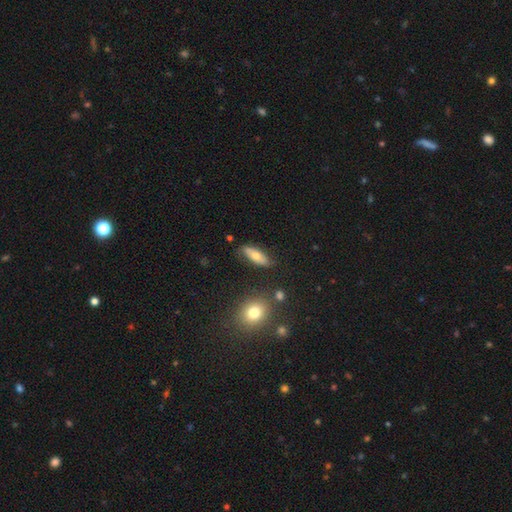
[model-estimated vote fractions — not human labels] Q: Smooth or featured?
A: smooth (61%); runner-up: featured or disk (31%)
Q: How rounded?
A: in between (63%); runner-up: cigar-shaped (34%)
Q: Merging?
A: none (77%); runner-up: minor disturbance (16%)